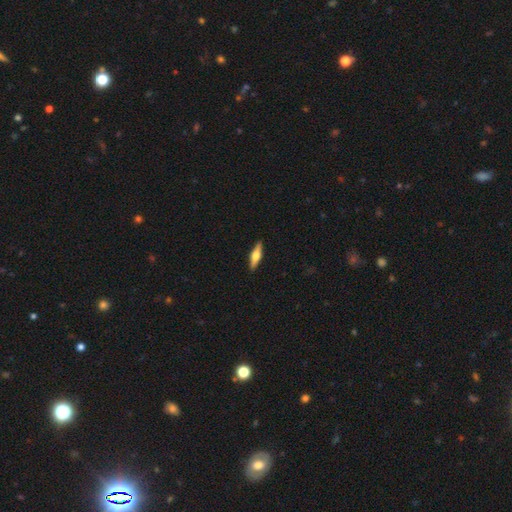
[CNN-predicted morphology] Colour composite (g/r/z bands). It shows a featured or disk galaxy (57%) viewed edge-on (96%) with a rounded central bulge (93%). Merging: none (91%).